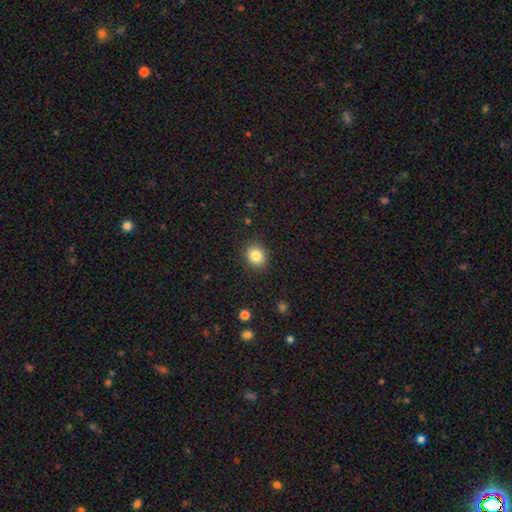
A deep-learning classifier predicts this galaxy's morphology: A smooth galaxy with no disk features (83%) that is round (75%). Merging: none (90%).